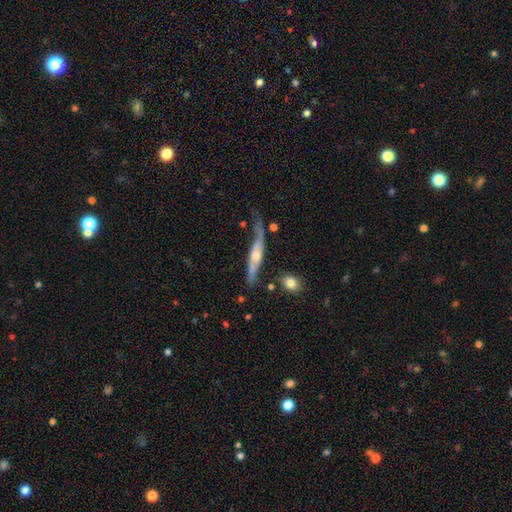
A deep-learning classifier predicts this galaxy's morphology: Q: Smooth or featured?
A: featured or disk (70%); runner-up: smooth (24%)
Q: Edge-on disk?
A: yes (75%); runner-up: no (25%)
Q: Edge-on bulge?
A: rounded (80%); runner-up: none (13%)
Q: Merging?
A: none (45%); runner-up: minor disturbance (29%)